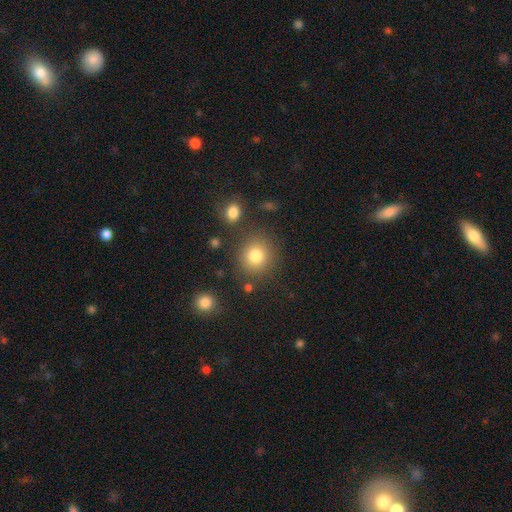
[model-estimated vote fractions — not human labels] Overall: smooth (81%). How rounded: round (87%). Merging: none (81%).